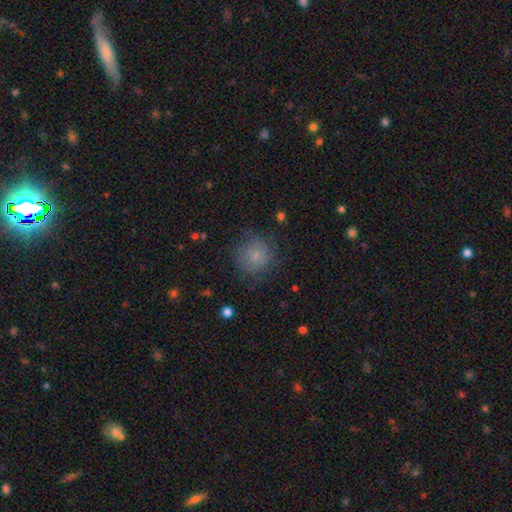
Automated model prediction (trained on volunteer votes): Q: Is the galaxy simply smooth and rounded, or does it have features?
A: smooth — 79%.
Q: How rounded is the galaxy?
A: round — 91%.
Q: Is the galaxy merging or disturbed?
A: none — 76%.